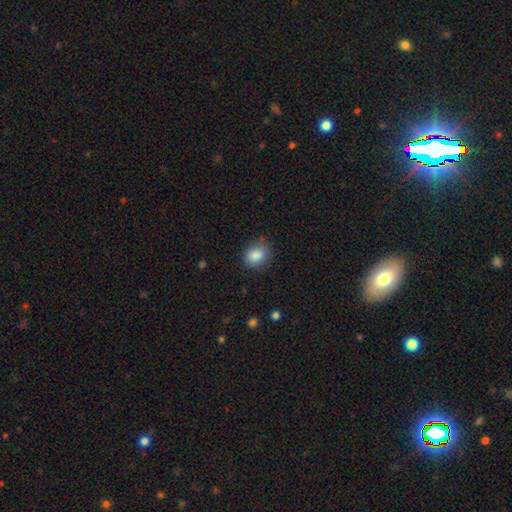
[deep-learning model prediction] Q: Smooth or featured?
A: smooth (87%); runner-up: star or artifact (8%)
Q: How rounded?
A: round (58%); runner-up: in between (41%)
Q: Merging?
A: none (78%); runner-up: minor disturbance (17%)